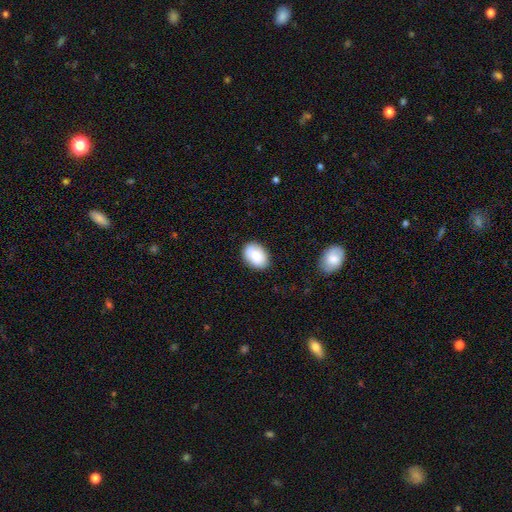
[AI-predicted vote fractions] A smooth galaxy with no disk features (84%) that is in between round and cigar-shaped (81%).

Vote fractions:
- Smooth or featured? smooth: 84% / featured or disk: 9% / star or artifact: 7%
- How rounded? in between: 81% / round: 18% / cigar-shaped: 1%
- Merging? none: 82% / minor disturbance: 14% / major disturbance: 3% / merger: 2%